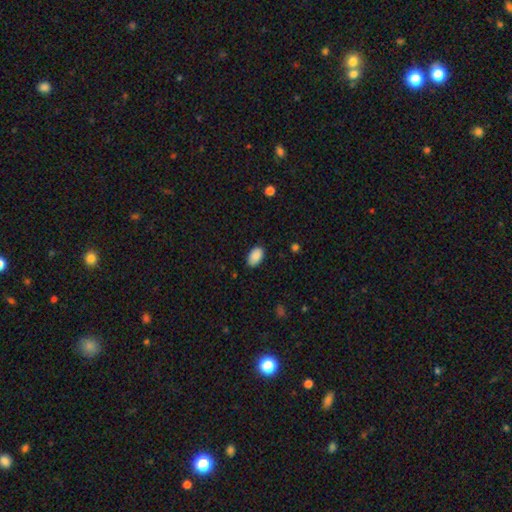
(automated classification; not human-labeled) This appears to be a smooth galaxy with no disk features (89%) that is in between round and cigar-shaped (93%). Merging: none (84%).